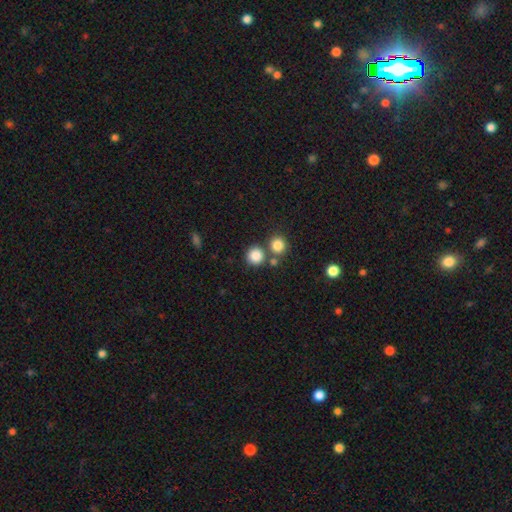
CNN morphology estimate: smooth-or-featured: smooth: 84% | star or artifact: 11% | featured or disk: 5%
  how-rounded: round: 91% | in between: 8% | cigar-shaped: 1%
  merging: none: 72% | merger: 18% | minor disturbance: 8% | major disturbance: 3%